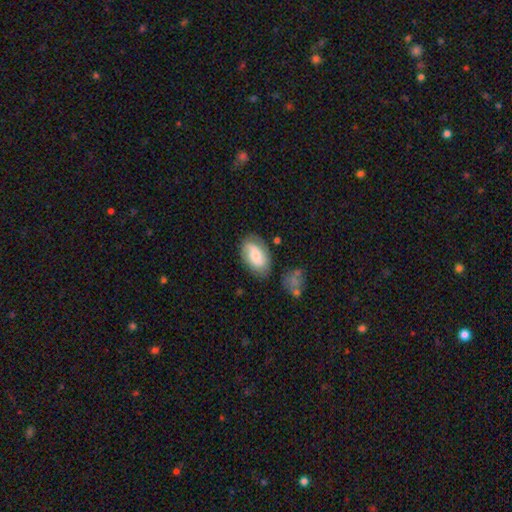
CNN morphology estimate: Q: Smooth or featured?
A: smooth (60%); runner-up: featured or disk (33%)
Q: How rounded?
A: in between (91%); runner-up: round (8%)
Q: Merging?
A: none (70%); runner-up: minor disturbance (20%)